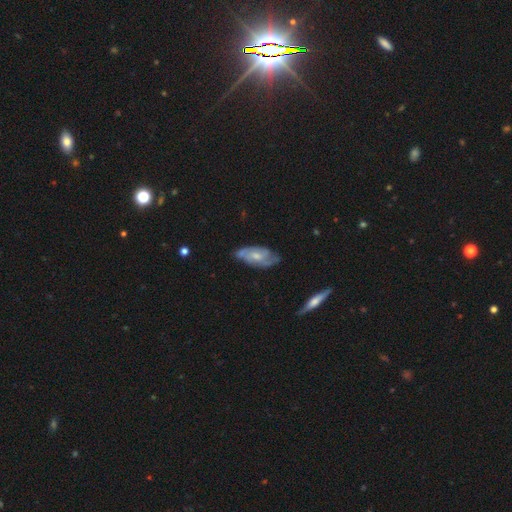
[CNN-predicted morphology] Smooth or featured?
  - featured or disk: 67% *
  - smooth: 27%
  - star or artifact: 6%
Edge-on disk?
  - no: 89% *
  - yes: 11%
Bar?
  - no: 64% *
  - weak: 31%
  - strong: 5%
Spiral arms?
  - yes: 82% *
  - no: 18%
Bulge size?
  - moderate: 48% *
  - small: 42%
  - none: 5%
  - large: 3%
  - dominant: 1%
Merging?
  - none: 65% *
  - minor disturbance: 25%
  - major disturbance: 7%
  - merger: 2%